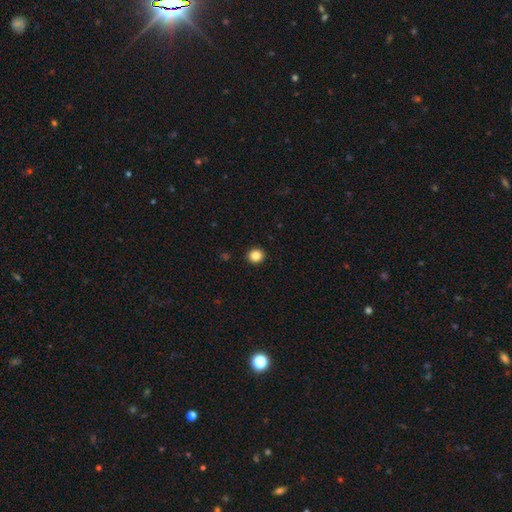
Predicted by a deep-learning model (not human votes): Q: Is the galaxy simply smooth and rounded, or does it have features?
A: smooth — 86%.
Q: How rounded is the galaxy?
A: round — 91%.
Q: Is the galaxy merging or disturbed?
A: none — 93%.